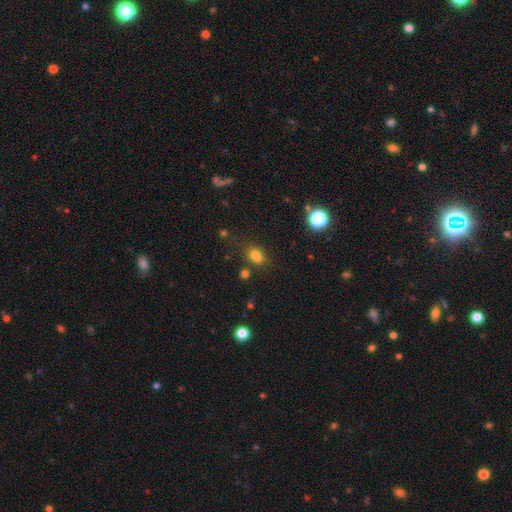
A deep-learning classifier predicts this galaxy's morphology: This is likely a smooth galaxy (77%). How rounded: likely in between (73%). Merging: likely none (69%).